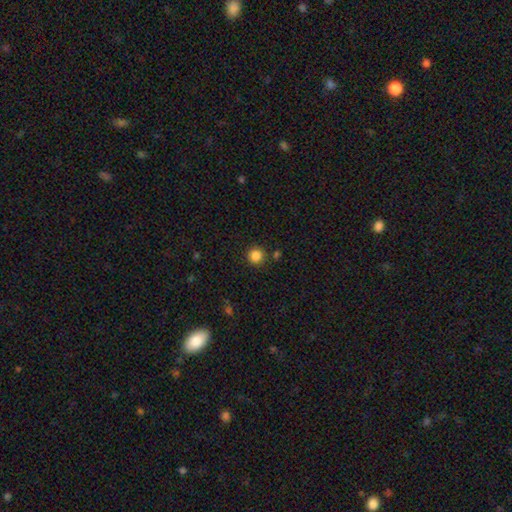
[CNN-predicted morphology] Overall: smooth (85%). How rounded: round (95%). Merging: none (88%).